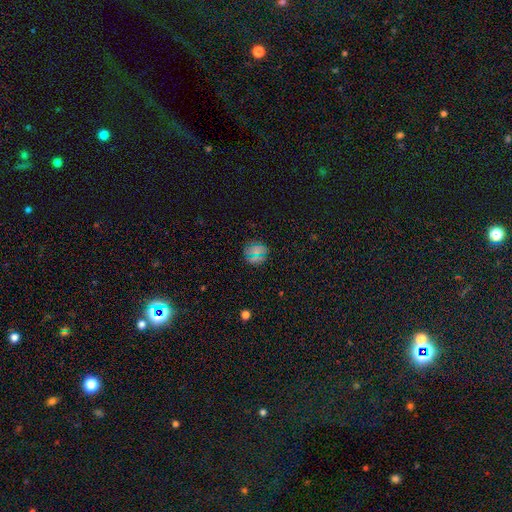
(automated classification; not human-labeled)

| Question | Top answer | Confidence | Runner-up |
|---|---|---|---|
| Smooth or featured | smooth | 69% | star or artifact (23%) |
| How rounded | round | 85% | in between (13%) |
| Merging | none | 86% | minor disturbance (10%) |